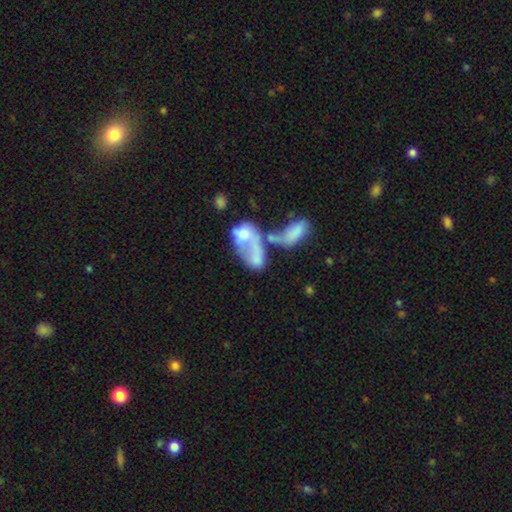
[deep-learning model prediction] This appears to be a smooth galaxy with no disk features (53%) that is in between round and cigar-shaped (85%). Merging: merger (59%).